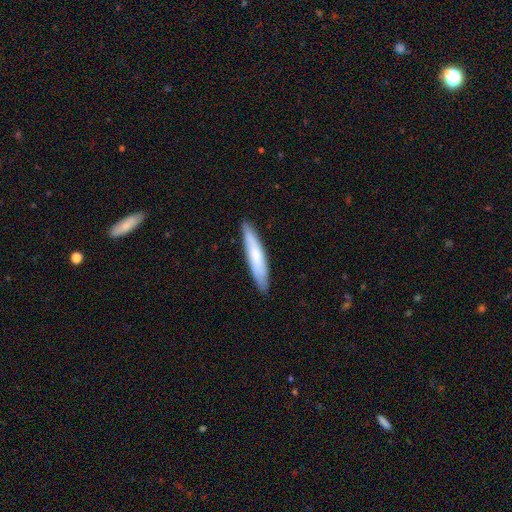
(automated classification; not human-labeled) Overall: smooth (71%). How rounded: cigar-shaped (89%). Merging: none (88%).